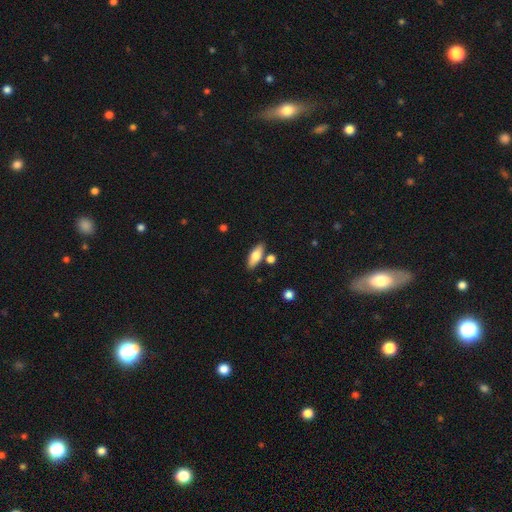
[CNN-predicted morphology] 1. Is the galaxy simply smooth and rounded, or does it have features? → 68% smooth, 25% featured or disk, 7% star or artifact.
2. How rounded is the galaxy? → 68% in between, 29% cigar-shaped, 3% round.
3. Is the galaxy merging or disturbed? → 79% none, 11% minor disturbance, 8% merger, 2% major disturbance.